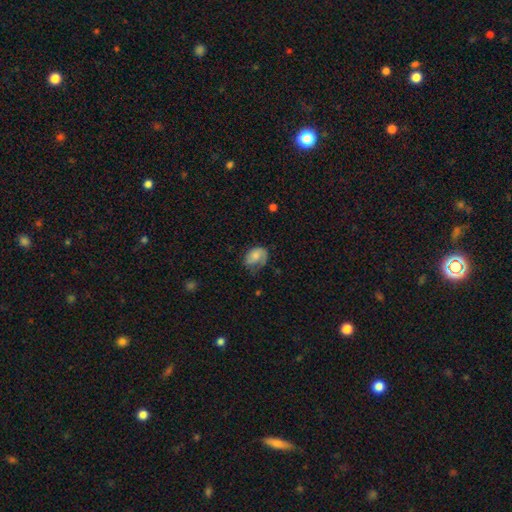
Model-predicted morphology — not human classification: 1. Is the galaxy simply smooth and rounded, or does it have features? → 55% smooth, 37% featured or disk, 8% star or artifact.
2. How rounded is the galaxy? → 74% in between, 25% round, 1% cigar-shaped.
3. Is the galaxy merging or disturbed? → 40% none, 31% minor disturbance, 27% major disturbance, 2% merger.